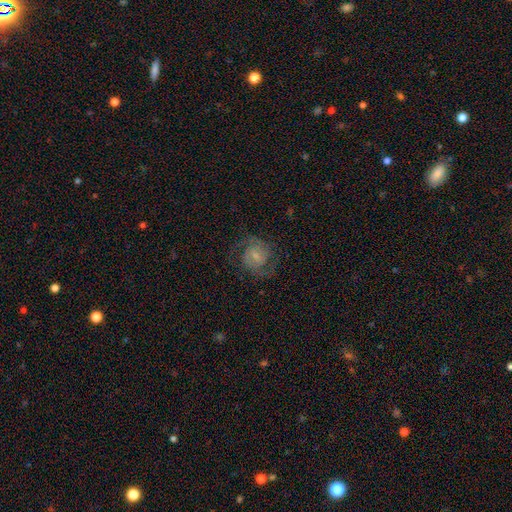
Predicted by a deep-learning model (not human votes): featured or disk 77%, smooth 16%, star or artifact 7%. Down the decision tree: edge-on disk — no (98%); bar — weak (52%); spiral arms — yes (94%); spiral arm count — 2 (82%); spiral winding — medium (52%); bulge size — small (56%); merging — none (73%).